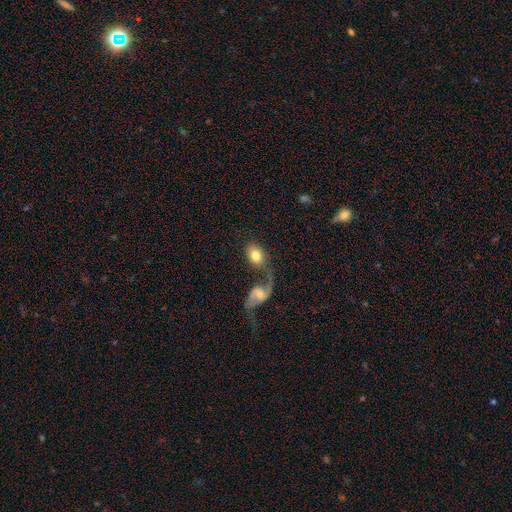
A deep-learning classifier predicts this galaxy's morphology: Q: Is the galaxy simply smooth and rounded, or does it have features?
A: smooth — 69%.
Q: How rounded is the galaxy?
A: in between — 75%.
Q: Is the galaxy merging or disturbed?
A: none — 41%.